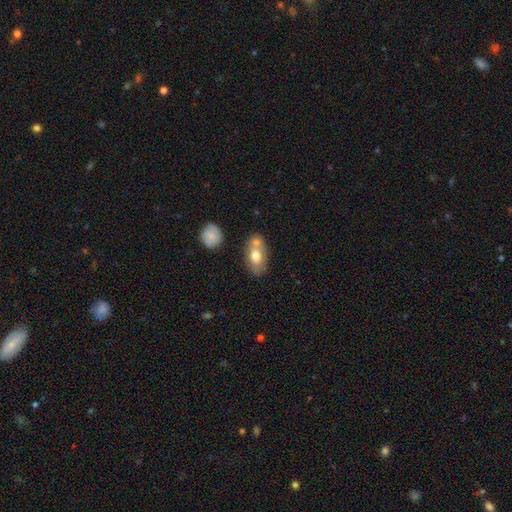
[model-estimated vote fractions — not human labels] This is likely a smooth galaxy (70%). How rounded: clearly in between (87%). Merging: possibly none (51%).